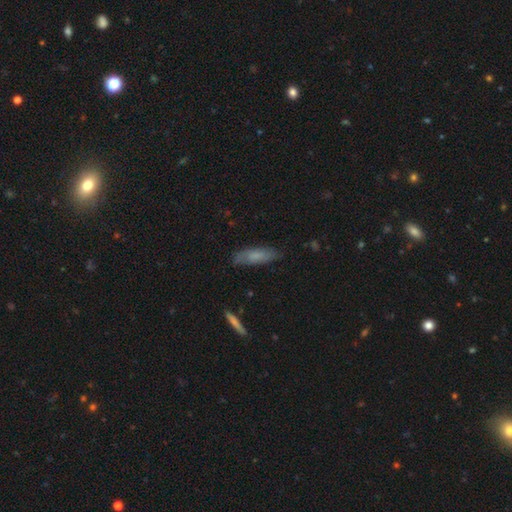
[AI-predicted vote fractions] Morphology: type=smooth (66%); roundness=cigar-shaped (51%); merging=none (75%).